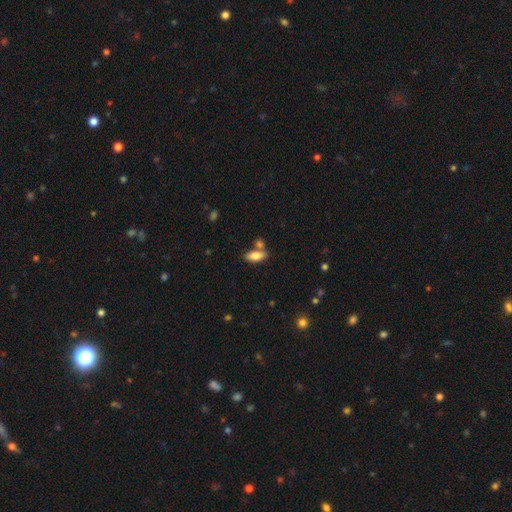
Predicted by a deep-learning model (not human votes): smooth-or-featured: smooth: 83% | featured or disk: 9% | star or artifact: 7%
  how-rounded: in between: 85% | cigar-shaped: 12% | round: 3%
  merging: none: 59% | merger: 25% | minor disturbance: 13% | major disturbance: 4%